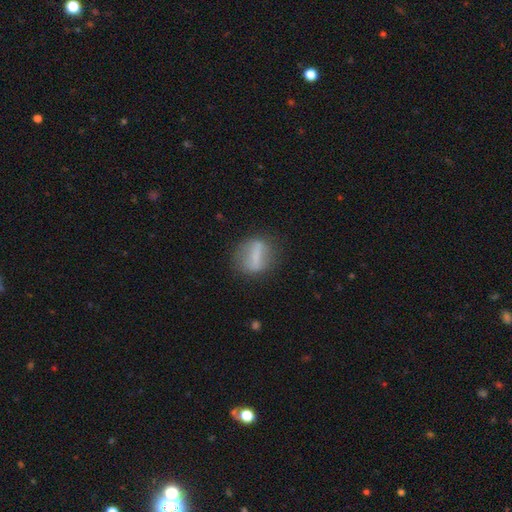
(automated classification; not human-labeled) A smooth galaxy with no disk features (45%, tied with featured or disk). Merging: none (73%).